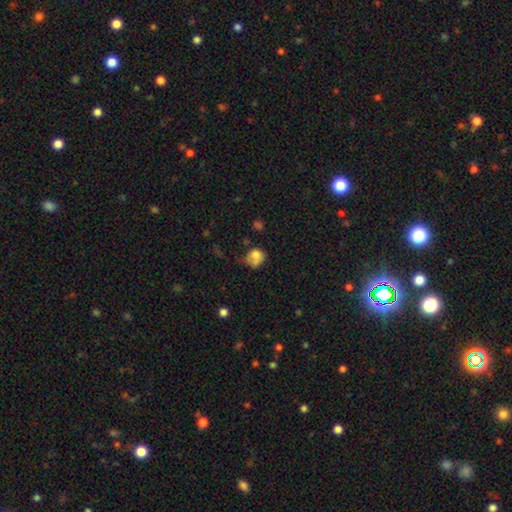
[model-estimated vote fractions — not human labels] Smooth or featured? Predicted: smooth (p=0.70). How rounded? Predicted: round (p=0.56). Merging? Predicted: major disturbance (p=0.29, tied with minor disturbance).